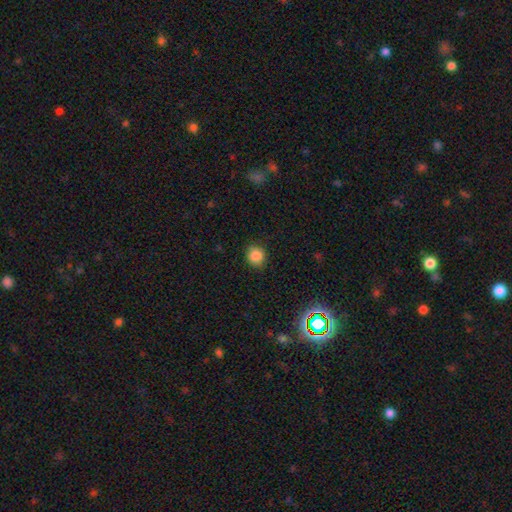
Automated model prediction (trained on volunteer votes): A smooth galaxy with no disk features (85%) that is round (82%). Merging: none (87%).